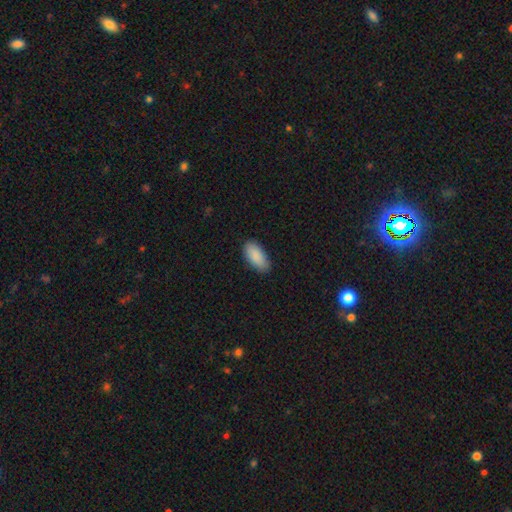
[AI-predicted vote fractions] Smooth or featured? Predicted: smooth (p=0.90). How rounded? Predicted: in between (p=0.91). Merging? Predicted: none (p=0.85).